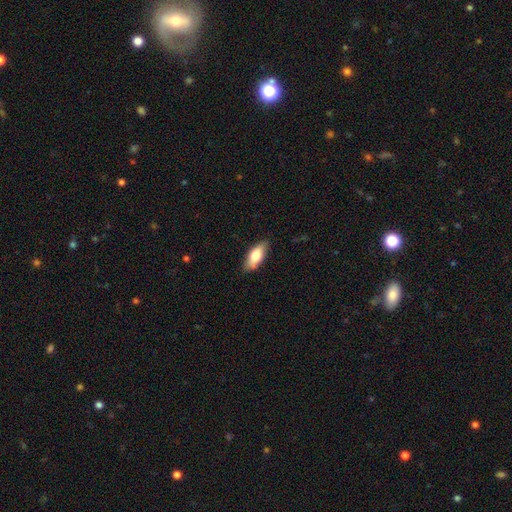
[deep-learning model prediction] Smooth or featured?
  - smooth: 71% *
  - featured or disk: 23%
  - star or artifact: 6%
How rounded?
  - in between: 79% *
  - cigar-shaped: 18%
  - round: 3%
Merging?
  - none: 83% *
  - minor disturbance: 13%
  - major disturbance: 2%
  - merger: 1%